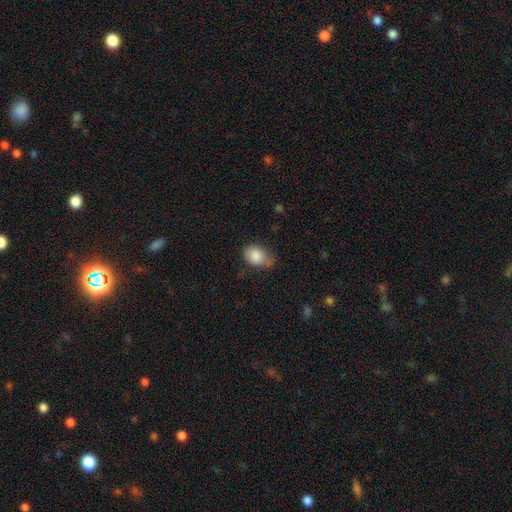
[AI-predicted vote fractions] Overall: smooth (86%). How rounded: in between (79%). Merging: none (53%; minor disturbance 36%).